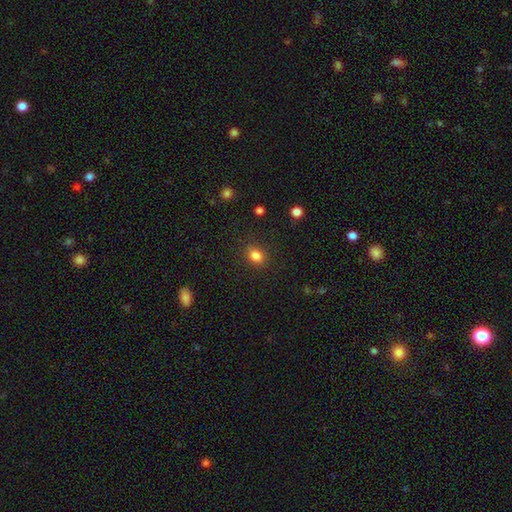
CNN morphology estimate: Smooth or featured? smooth (84%)
How rounded? in between (62%)
Merging? none (85%)